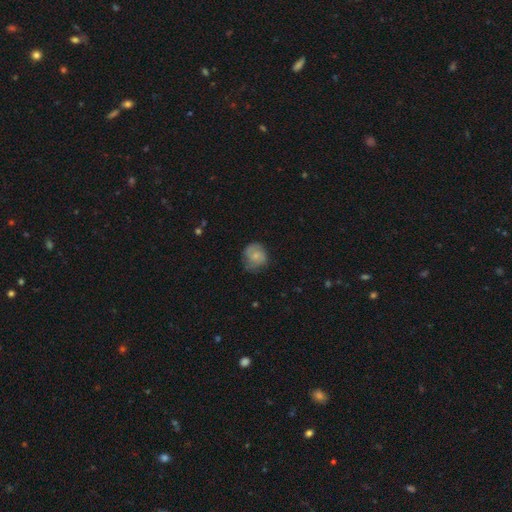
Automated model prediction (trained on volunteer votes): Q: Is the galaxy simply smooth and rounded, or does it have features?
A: smooth — 63%.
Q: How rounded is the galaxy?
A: round — 78%.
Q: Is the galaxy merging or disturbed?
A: none — 61%.